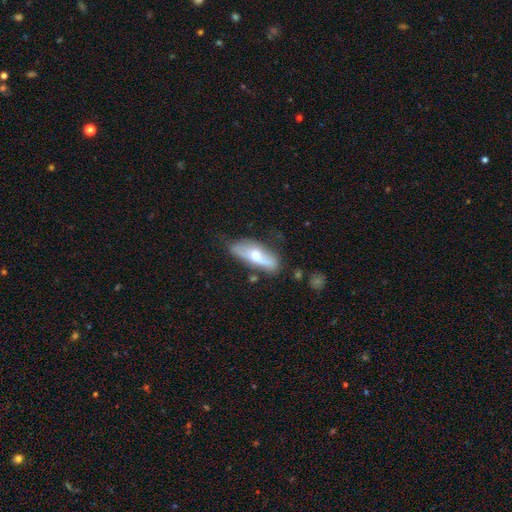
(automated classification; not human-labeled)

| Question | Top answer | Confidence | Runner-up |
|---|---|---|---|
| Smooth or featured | smooth | 48% | featured or disk (46%) |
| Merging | none | 59% | minor disturbance (28%) |